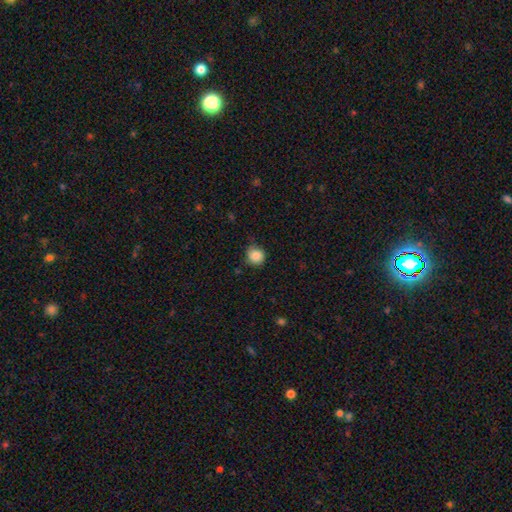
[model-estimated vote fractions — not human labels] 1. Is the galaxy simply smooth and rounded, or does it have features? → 87% smooth, 9% star or artifact, 4% featured or disk.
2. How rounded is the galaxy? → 89% round, 10% in between, 1% cigar-shaped.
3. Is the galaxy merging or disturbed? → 74% none, 20% minor disturbance, 4% major disturbance, 2% merger.